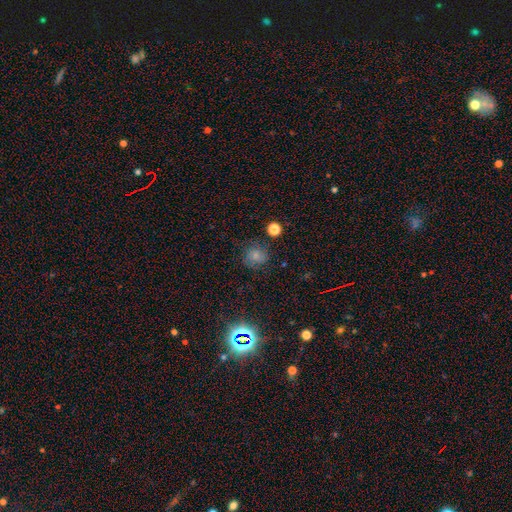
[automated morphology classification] Smooth or featured: smooth — 70% (star or artifact — 17%)
How rounded: round — 84% (in between — 15%)
Merging: none — 75% (minor disturbance — 16%)